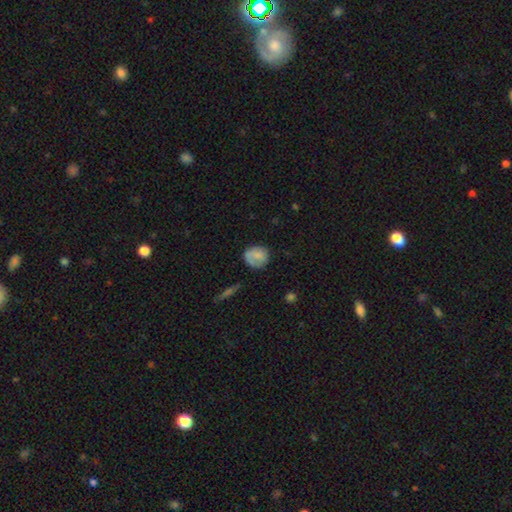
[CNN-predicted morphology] This is likely a smooth galaxy (76%). How rounded: clearly round (80%). Merging: likely none (69%).